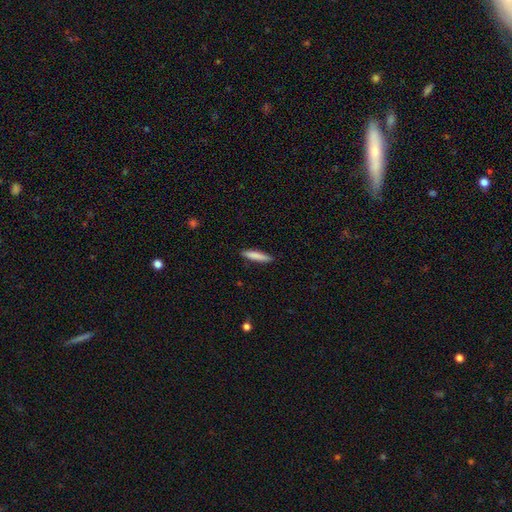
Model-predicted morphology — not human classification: A smooth galaxy with no disk features (83%) that is cigar-shaped (88%).

Vote fractions:
- Smooth or featured? smooth: 83% / featured or disk: 11% / star or artifact: 6%
- How rounded? cigar-shaped: 88% / in between: 11% / round: 1%
- Merging? none: 88% / minor disturbance: 9% / major disturbance: 2% / merger: 1%